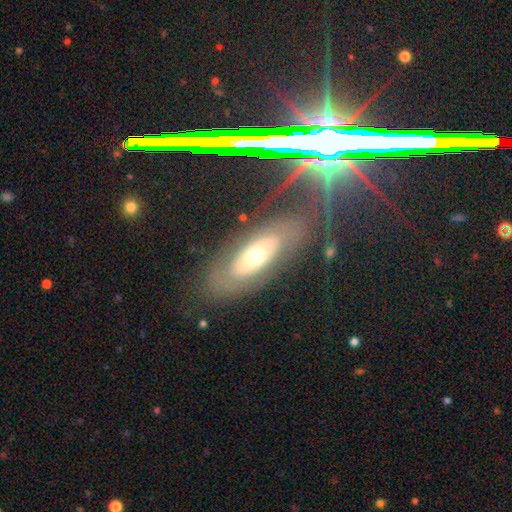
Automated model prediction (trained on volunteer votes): Smooth or featured? Predicted: featured or disk (p=0.59). Edge-on disk? Predicted: no (p=0.81). Merging? Predicted: none (p=0.69).